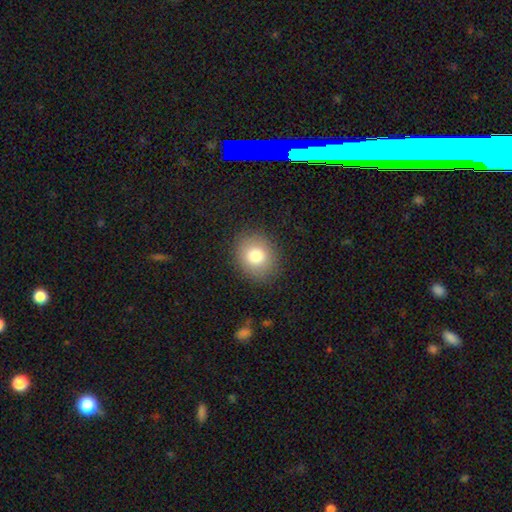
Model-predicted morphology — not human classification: smooth_or_featured: smooth (p=0.80) [alt: featured or disk p=0.10]
how_rounded: round (p=0.74) [alt: in between p=0.25]
merging: none (p=0.87) [alt: minor disturbance p=0.09]